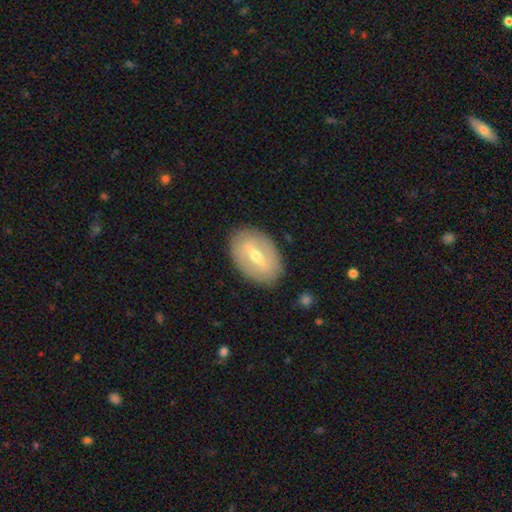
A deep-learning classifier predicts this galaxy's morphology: Smooth or featured?
  - featured or disk: 58% *
  - smooth: 36%
  - star or artifact: 6%
Edge-on disk?
  - no: 87% *
  - yes: 13%
Bar?
  - strong: 48% *
  - weak: 39%
  - no: 13%
Spiral arms?
  - no: 76% *
  - yes: 24%
Bulge size?
  - moderate: 59% *
  - small: 37%
  - large: 2%
  - none: 1%
  - dominant: 1%
Merging?
  - none: 86% *
  - minor disturbance: 10%
  - major disturbance: 3%
  - merger: 1%